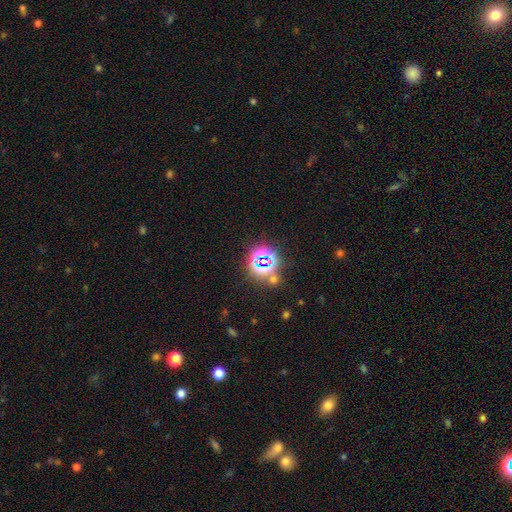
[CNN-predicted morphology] Q: Smooth or featured?
A: star or artifact (70%); runner-up: smooth (20%)